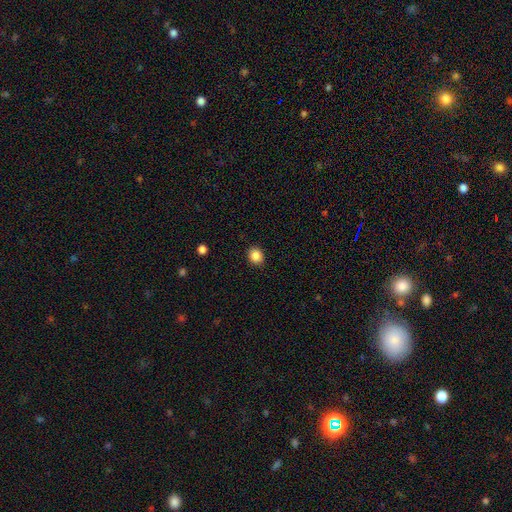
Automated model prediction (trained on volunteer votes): This appears to be a smooth galaxy with no disk features (87%) that is round (63%). Merging: none (89%).